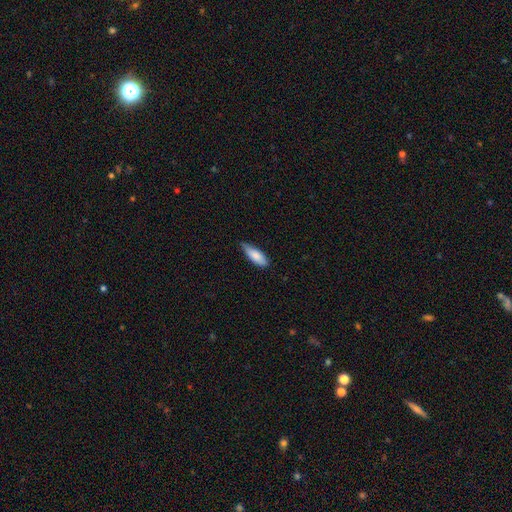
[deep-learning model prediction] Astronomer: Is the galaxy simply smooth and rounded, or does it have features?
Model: smooth — 82%.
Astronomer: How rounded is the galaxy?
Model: in between — 64%.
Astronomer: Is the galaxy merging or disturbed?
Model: none — 66%.